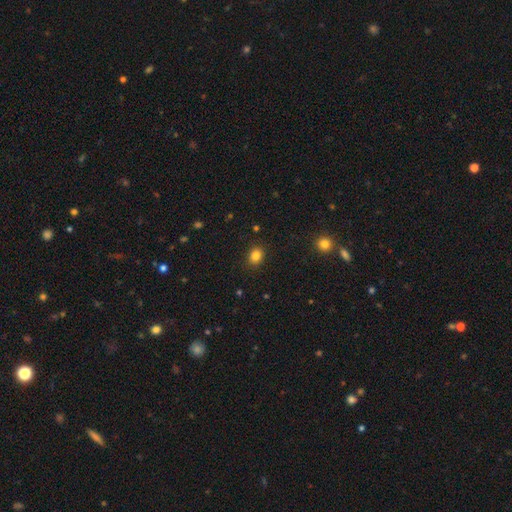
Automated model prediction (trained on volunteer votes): This appears to be a smooth galaxy with no disk features (84%) that is round (53%). Merging: none (89%).